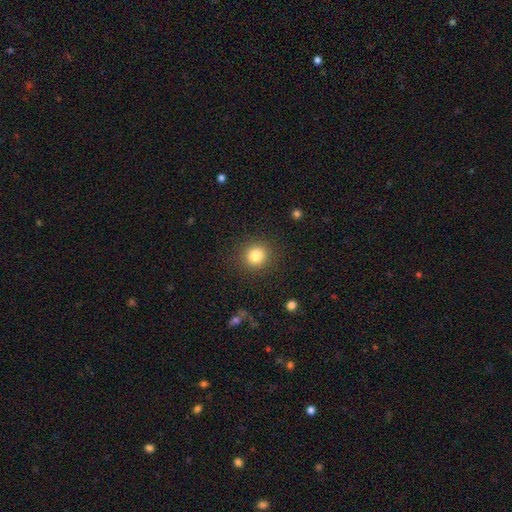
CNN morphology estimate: Q: Smooth or featured?
A: smooth (83%); runner-up: star or artifact (11%)
Q: How rounded?
A: round (86%); runner-up: in between (13%)
Q: Merging?
A: none (87%); runner-up: minor disturbance (8%)